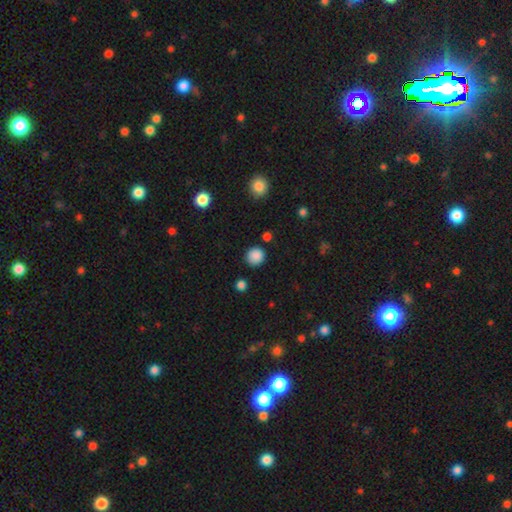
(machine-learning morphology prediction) Smooth or featured? smooth (87%)
How rounded? round (90%)
Merging? none (85%)